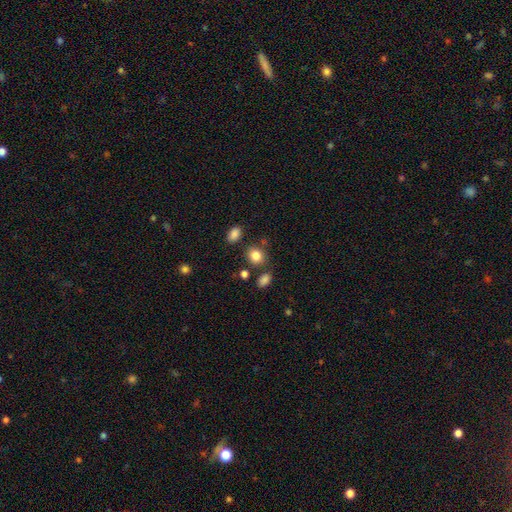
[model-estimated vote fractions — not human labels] A smooth galaxy with no disk features (84%) that is round (67%).

Vote fractions:
- Smooth or featured? smooth: 84% / star or artifact: 11% / featured or disk: 6%
- How rounded? round: 67% / in between: 32% / cigar-shaped: 1%
- Merging? none: 77% / minor disturbance: 11% / merger: 8% / major disturbance: 4%